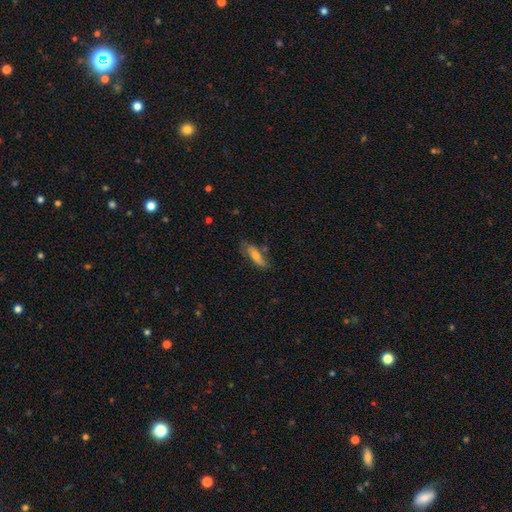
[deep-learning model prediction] Smooth or featured?
  - smooth: 45% *
  - featured or disk: 43%
  - star or artifact: 13%
Merging?
  - none: 73% *
  - minor disturbance: 19%
  - major disturbance: 5%
  - merger: 3%